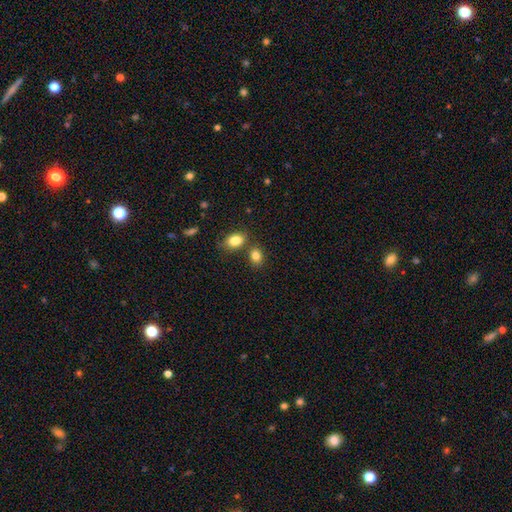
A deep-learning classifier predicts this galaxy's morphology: Overall: smooth (83%). How rounded: in between (65%; round 34%). Merging: none (64%).